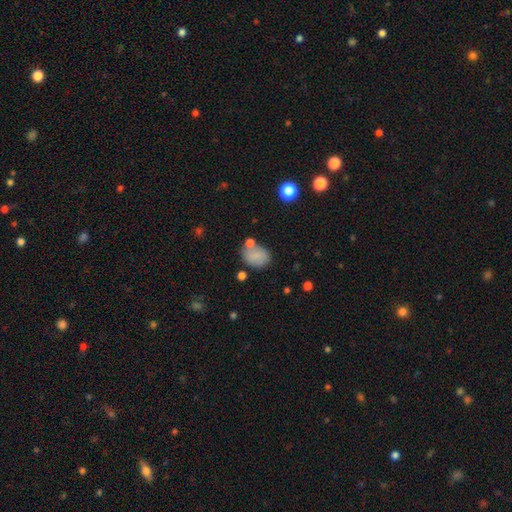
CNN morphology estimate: A smooth galaxy with no disk features (80%) that is in between round and cigar-shaped (60%).

Vote fractions:
- Smooth or featured? smooth: 80% / star or artifact: 10% / featured or disk: 9%
- How rounded? in between: 60% / round: 39% / cigar-shaped: 1%
- Merging? none: 63% / minor disturbance: 19% / merger: 12% / major disturbance: 7%